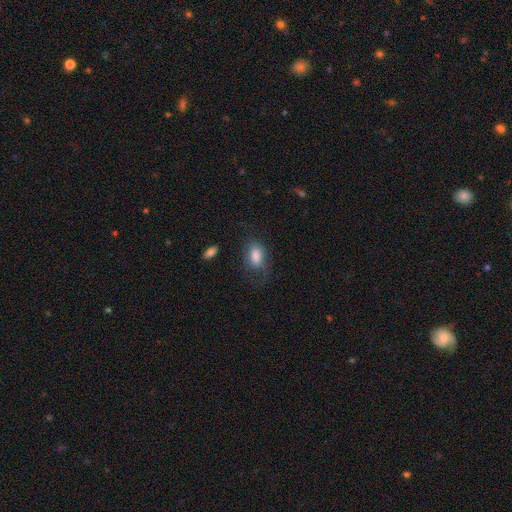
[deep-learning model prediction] The model was most divided on "merging": none: 50%, minor disturbance: 25%, major disturbance: 23%, merger: 2%. More confident: how rounded — in between (88%); smooth or featured — smooth (77%).